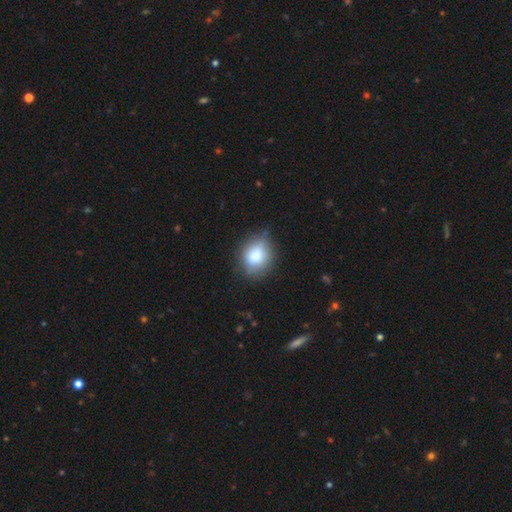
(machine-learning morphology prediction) A smooth galaxy with no disk features (80%) that is in between round and cigar-shaped (52%).

Vote fractions:
- Smooth or featured? smooth: 80% / featured or disk: 11% / star or artifact: 9%
- How rounded? in between: 52% / round: 46% / cigar-shaped: 1%
- Merging? none: 61% / minor disturbance: 30% / major disturbance: 7% / merger: 2%